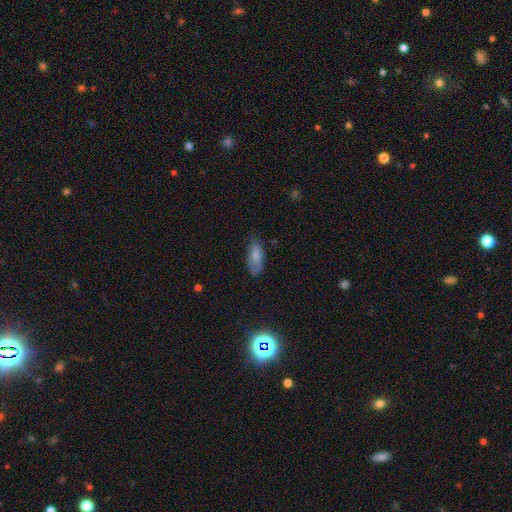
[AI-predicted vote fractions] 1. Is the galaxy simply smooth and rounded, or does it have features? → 73% smooth, 18% featured or disk, 8% star or artifact.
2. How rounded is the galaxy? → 84% in between, 13% cigar-shaped, 3% round.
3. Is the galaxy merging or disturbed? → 59% none, 31% minor disturbance, 9% major disturbance, 2% merger.